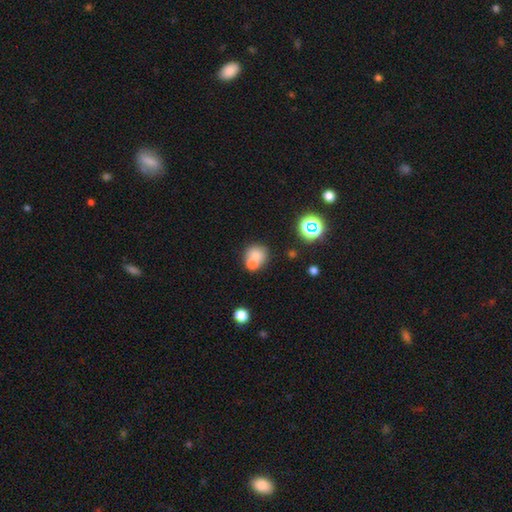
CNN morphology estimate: smooth 70%, featured or disk 17%, star or artifact 13%. Down the decision tree: how rounded — round (81%); merging — merger (43%, tied with none).